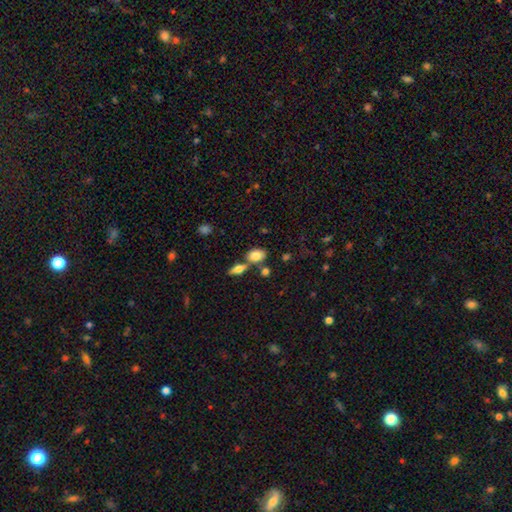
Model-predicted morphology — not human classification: The model was most divided on "merging": none: 57%, merger: 26%, minor disturbance: 12%, major disturbance: 4%. More confident: smooth or featured — smooth (81%); how rounded — in between (79%).